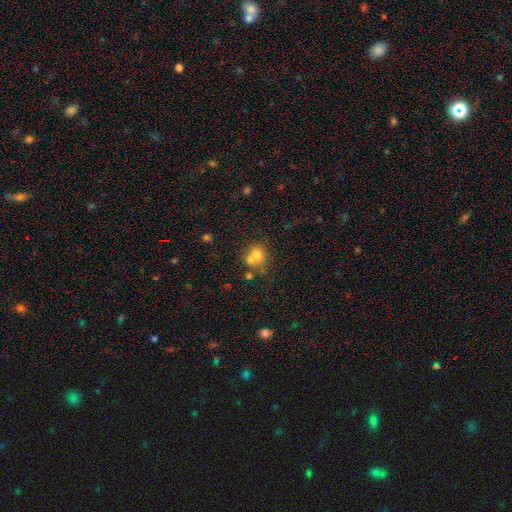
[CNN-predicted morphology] This appears to be a smooth galaxy with no disk features (69%) that is round (77%). Merging: merger (49%).